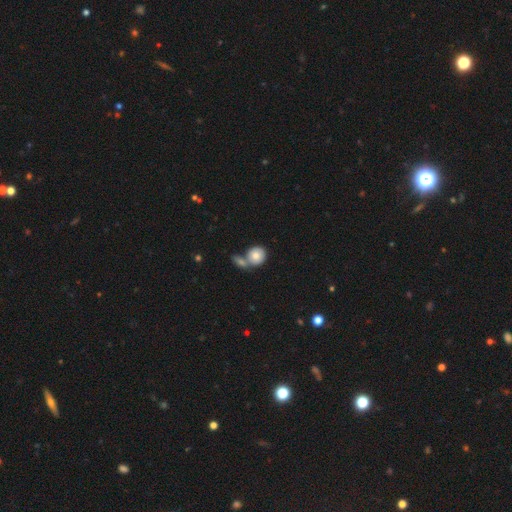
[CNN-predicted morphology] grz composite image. It shows a smooth galaxy with no disk features (78%) that is round (81%). Merging: merger (44%).